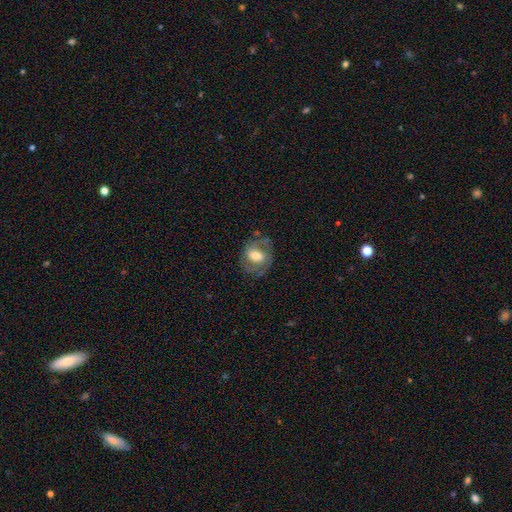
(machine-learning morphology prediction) Smooth or featured? featured or disk (51%)
Edge-on disk? no (95%)
Merging? none (64%)